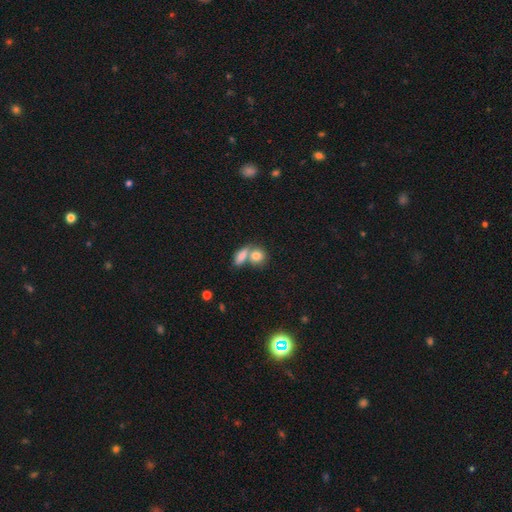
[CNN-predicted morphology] Smooth or featured?
  - smooth: 82% *
  - featured or disk: 11%
  - star or artifact: 8%
How rounded?
  - round: 57% *
  - in between: 40%
  - cigar-shaped: 3%
Merging?
  - merger: 51% *
  - none: 37%
  - minor disturbance: 8%
  - major disturbance: 3%